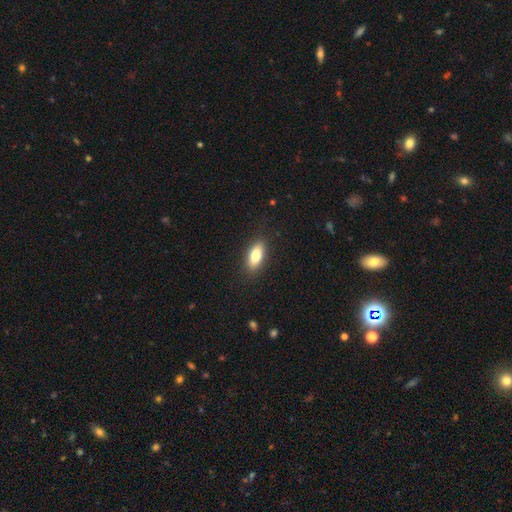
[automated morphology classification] smooth-or-featured: smooth: 77% | featured or disk: 16% | star or artifact: 7%
  how-rounded: in between: 81% | cigar-shaped: 16% | round: 3%
  merging: none: 88% | minor disturbance: 9% | major disturbance: 2% | merger: 1%